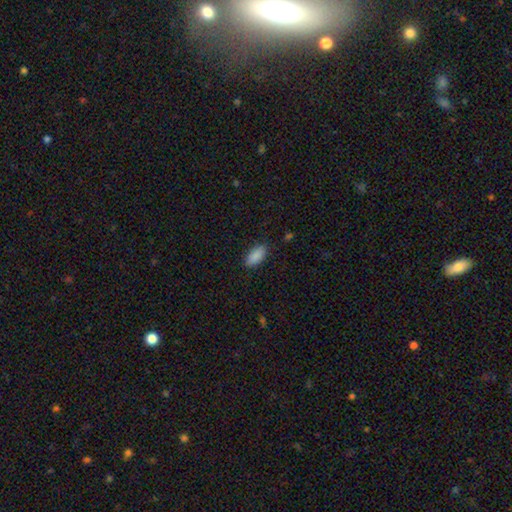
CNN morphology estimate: Smooth or featured: smooth — 89% (star or artifact — 7%)
How rounded: in between — 89% (cigar-shaped — 9%)
Merging: none — 85% (minor disturbance — 11%)